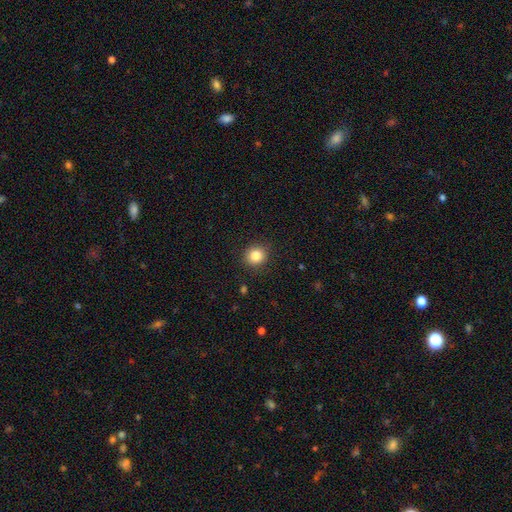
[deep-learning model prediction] smooth_or_featured: smooth (p=0.85) [alt: star or artifact p=0.10]
how_rounded: round (p=0.89) [alt: in between p=0.10]
merging: none (p=0.90) [alt: minor disturbance p=0.07]